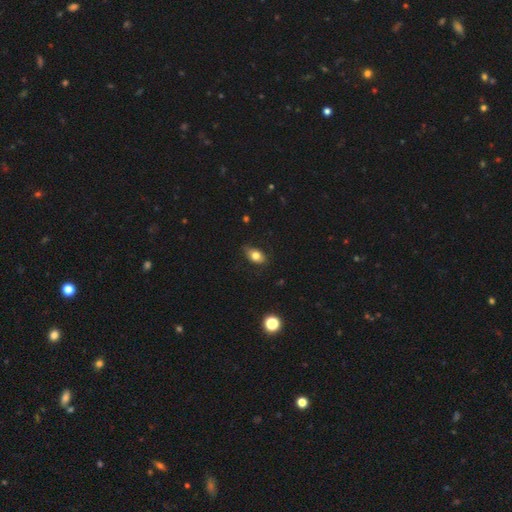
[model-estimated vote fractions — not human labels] smooth-or-featured: smooth: 74% | featured or disk: 17% | star or artifact: 9%
  how-rounded: in between: 82% | round: 14% | cigar-shaped: 4%
  merging: none: 76% | minor disturbance: 19% | major disturbance: 4% | merger: 1%